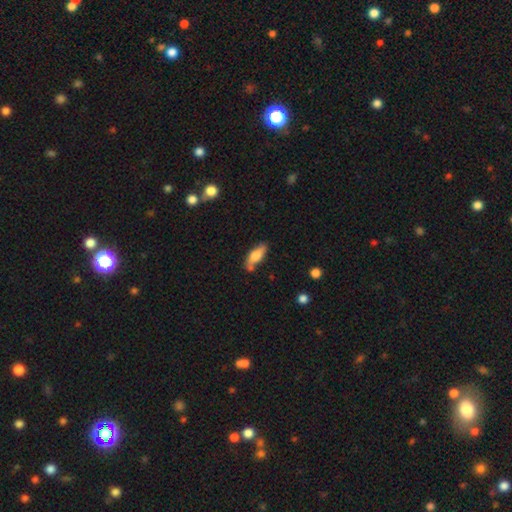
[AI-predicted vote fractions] This appears to be a smooth galaxy with no disk features (65%) that is in between round and cigar-shaped (63%). Merging: none (70%).